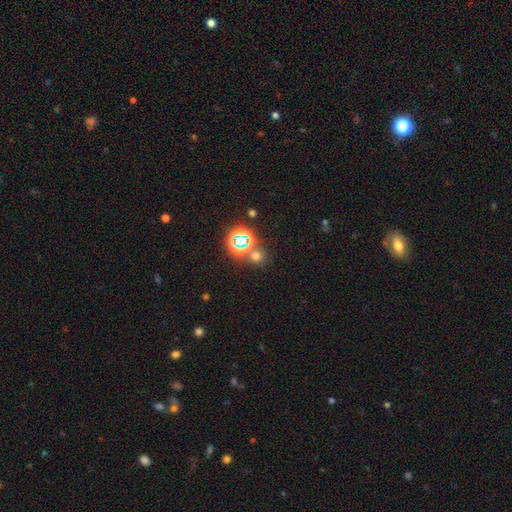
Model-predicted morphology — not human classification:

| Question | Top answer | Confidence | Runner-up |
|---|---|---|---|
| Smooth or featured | smooth | 55% | star or artifact (38%) |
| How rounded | round | 86% | in between (13%) |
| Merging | none | 72% | merger (16%) |